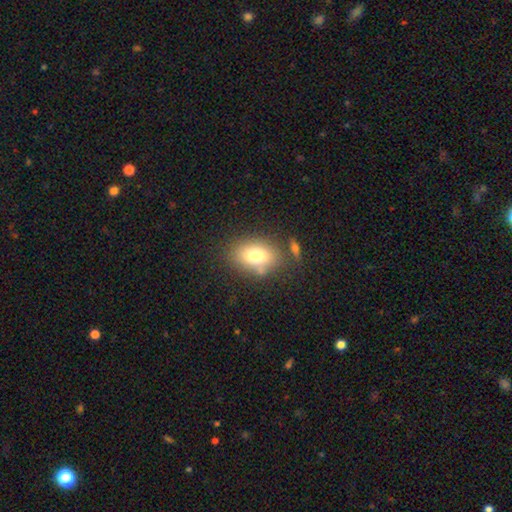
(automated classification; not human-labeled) Q: Smooth or featured?
A: smooth (75%); runner-up: featured or disk (15%)
Q: How rounded?
A: in between (77%); runner-up: round (21%)
Q: Merging?
A: none (71%); runner-up: minor disturbance (15%)